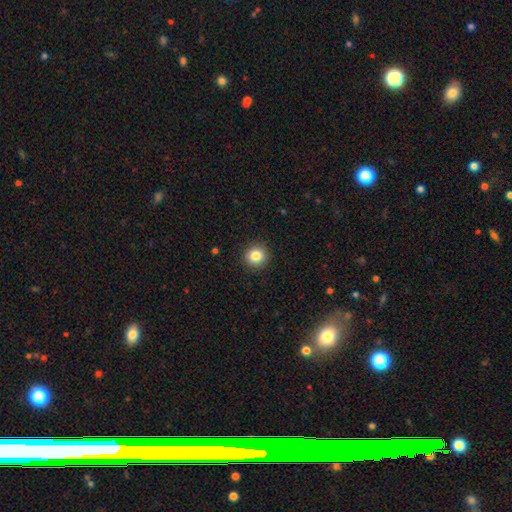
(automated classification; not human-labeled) Smooth or featured? Predicted: smooth (p=0.84). How rounded? Predicted: round (p=0.91). Merging? Predicted: none (p=0.92).